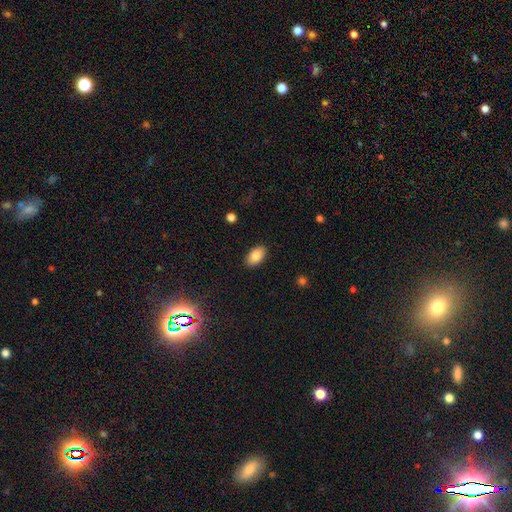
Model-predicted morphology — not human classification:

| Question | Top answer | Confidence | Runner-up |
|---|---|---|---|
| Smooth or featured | smooth | 85% | star or artifact (8%) |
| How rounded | in between | 94% | round (4%) |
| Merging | none | 88% | minor disturbance (9%) |